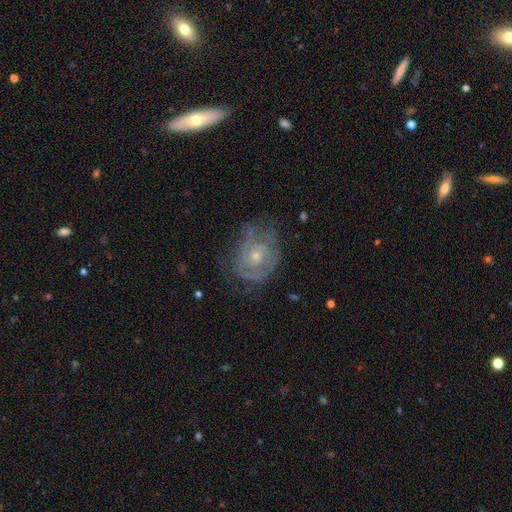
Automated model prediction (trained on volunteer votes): This appears to be a featured or disk galaxy (81%) with no bar (71%), 2 (45%) tight (60%) spiral arms (86%) and a small central bulge (52%). Merging: none (63%).